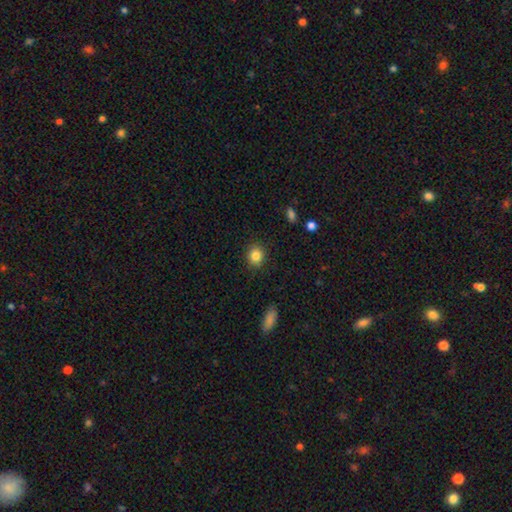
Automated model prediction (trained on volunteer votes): The model was most divided on "how rounded": round: 71%, in between: 28%, cigar-shaped: 1%. More confident: merging — none (89%); smooth or featured — smooth (84%).